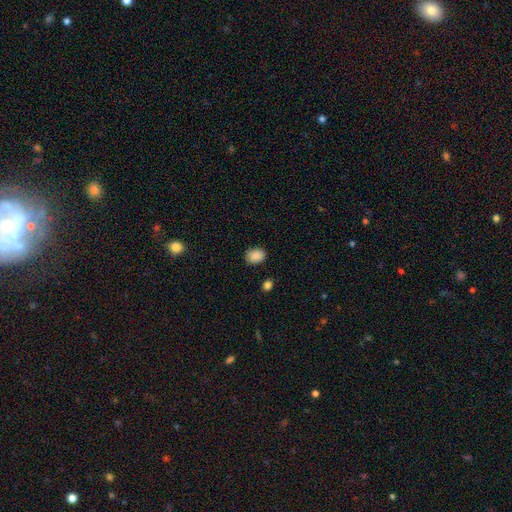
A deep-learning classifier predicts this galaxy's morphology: The model was most divided on "how rounded": in between: 56%, round: 43%, cigar-shaped: 1%. More confident: smooth or featured — smooth (89%); merging — none (84%).